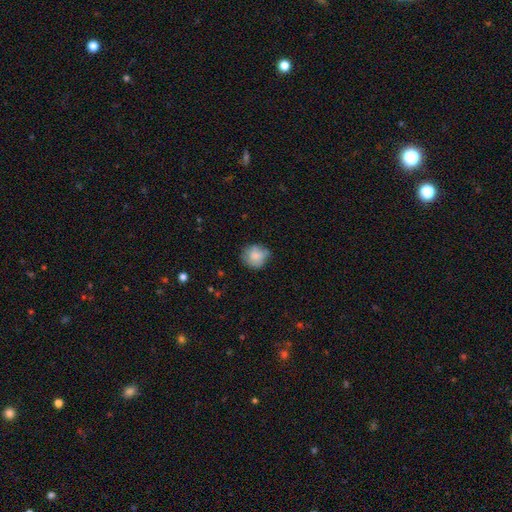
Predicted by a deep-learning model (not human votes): A smooth galaxy with no disk features (79%) that is round (85%). Merging: none (65%).